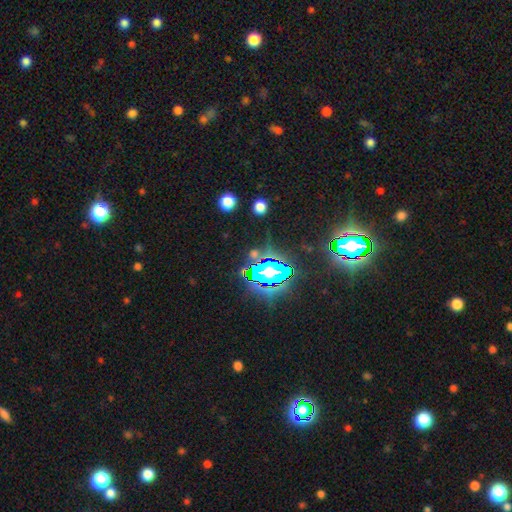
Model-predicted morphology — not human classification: Smooth or featured? star or artifact (70%)